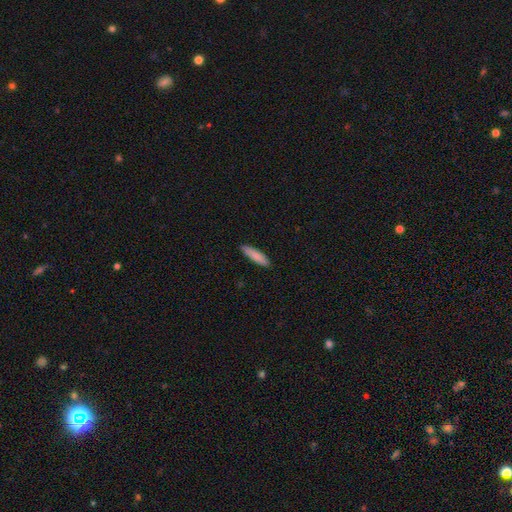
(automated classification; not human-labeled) smooth_or_featured: smooth (p=0.86) [alt: featured or disk p=0.08]
how_rounded: cigar-shaped (p=0.72) [alt: in between p=0.26]
merging: none (p=0.89) [alt: minor disturbance p=0.08]